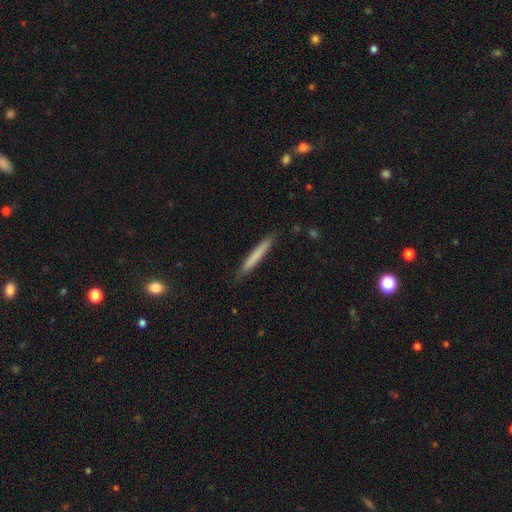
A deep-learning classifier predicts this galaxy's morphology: This appears to be a smooth galaxy with no disk features (72%) that is cigar-shaped (96%). Merging: none (87%).